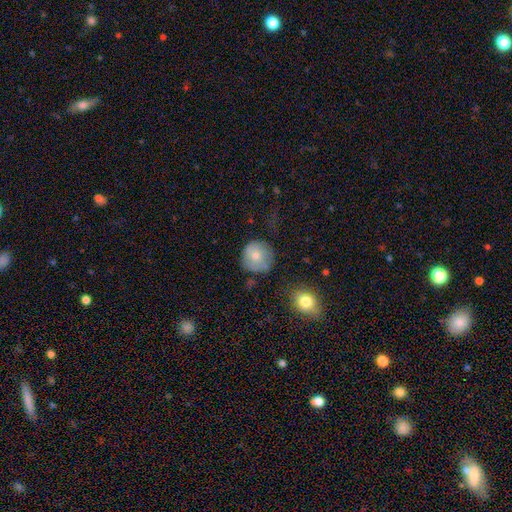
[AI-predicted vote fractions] Q: Smooth or featured?
A: smooth (73%); runner-up: featured or disk (19%)
Q: How rounded?
A: round (91%); runner-up: in between (8%)
Q: Merging?
A: none (68%); runner-up: minor disturbance (22%)